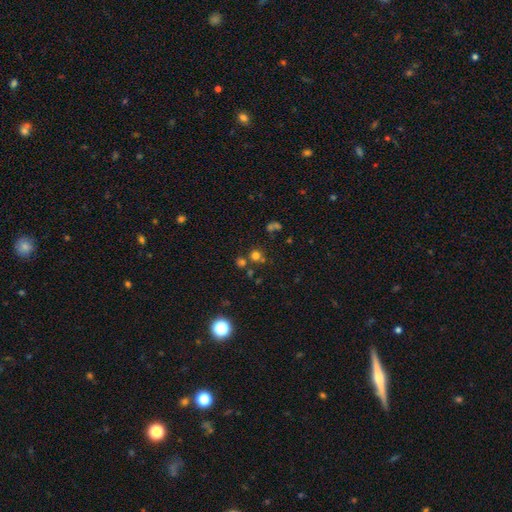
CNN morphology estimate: smooth_or_featured: smooth (p=0.64) [alt: star or artifact p=0.28]
how_rounded: round (p=0.91) [alt: in between p=0.08]
merging: none (p=0.70) [alt: merger p=0.19]